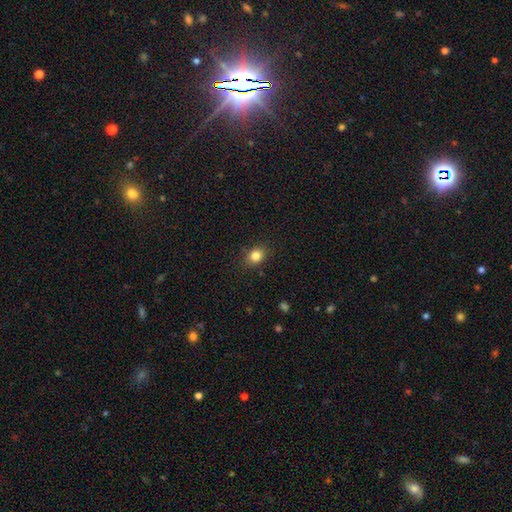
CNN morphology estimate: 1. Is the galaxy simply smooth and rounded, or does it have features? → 83% smooth, 11% star or artifact, 6% featured or disk.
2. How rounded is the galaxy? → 53% round, 46% in between, 1% cigar-shaped.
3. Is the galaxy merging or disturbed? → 85% none, 11% minor disturbance, 3% major disturbance, 1% merger.